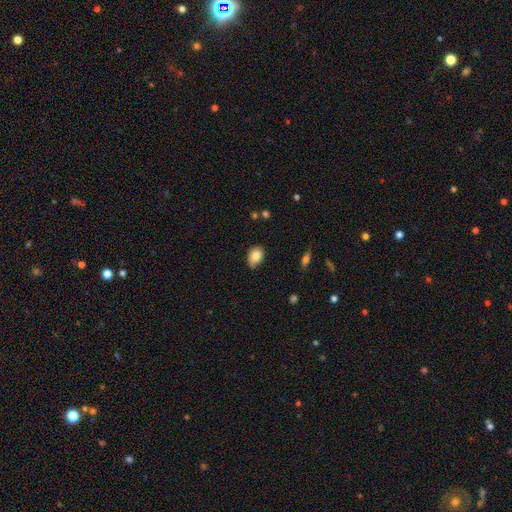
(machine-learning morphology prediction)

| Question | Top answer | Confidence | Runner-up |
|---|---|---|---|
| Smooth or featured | smooth | 81% | featured or disk (10%) |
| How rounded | in between | 72% | round (27%) |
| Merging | none | 65% | minor disturbance (28%) |